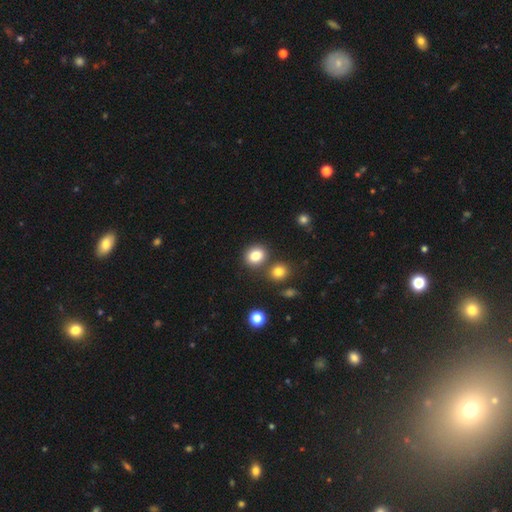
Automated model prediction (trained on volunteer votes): Smooth or featured? Predicted: smooth (p=0.82). How rounded? Predicted: round (p=0.71). Merging? Predicted: none (p=0.75).